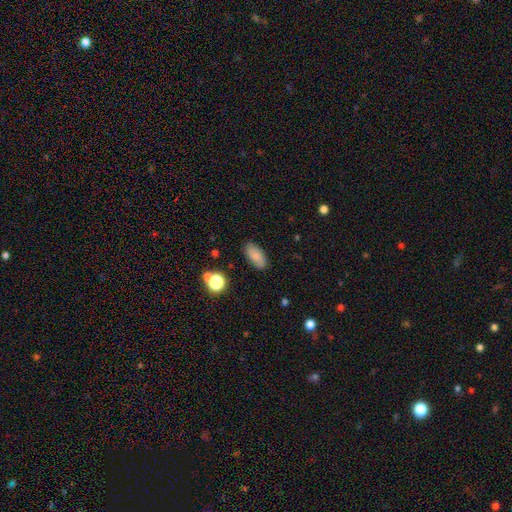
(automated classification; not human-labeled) The model was most divided on "smooth or featured": smooth: 82%, featured or disk: 9%, star or artifact: 9%. More confident: how rounded — in between (88%); merging — none (85%).